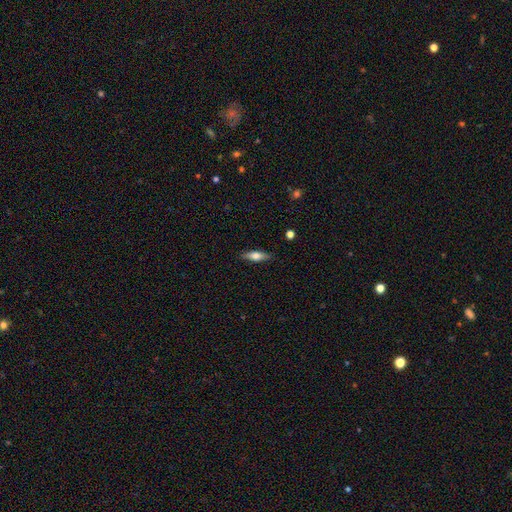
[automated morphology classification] Q: Smooth or featured?
A: smooth (57%); runner-up: featured or disk (36%)
Q: How rounded?
A: cigar-shaped (53%); runner-up: in between (45%)
Q: Merging?
A: none (86%); runner-up: minor disturbance (10%)